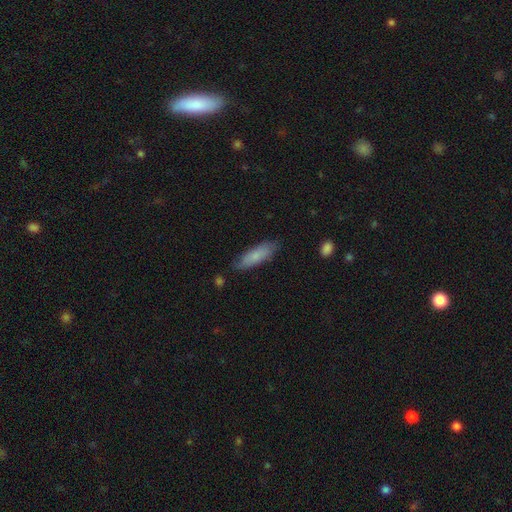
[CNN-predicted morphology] A smooth galaxy with no disk features (76%) that is cigar-shaped (53%). Merging: none (76%).